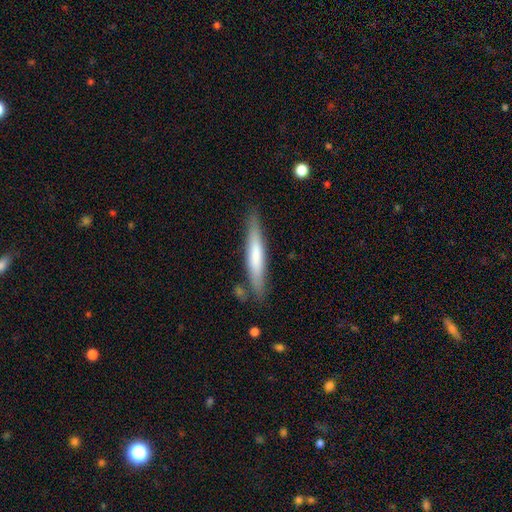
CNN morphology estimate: This appears to be a smooth galaxy with no disk features (61%) that is cigar-shaped (91%). Merging: none (82%).